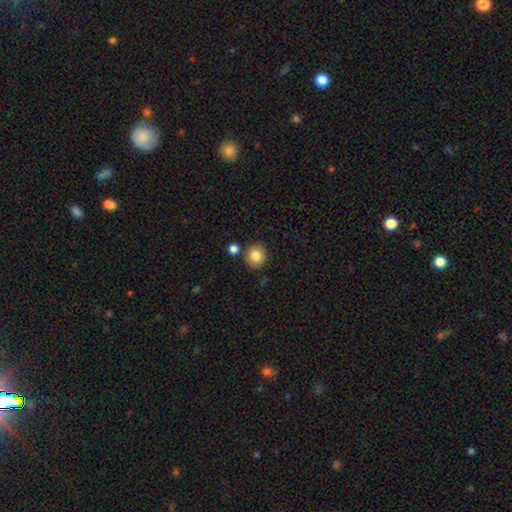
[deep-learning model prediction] Smooth or featured?
  - smooth: 83% *
  - star or artifact: 10%
  - featured or disk: 7%
How rounded?
  - round: 86% *
  - in between: 13%
  - cigar-shaped: 1%
Merging?
  - none: 84% *
  - minor disturbance: 8%
  - merger: 6%
  - major disturbance: 2%